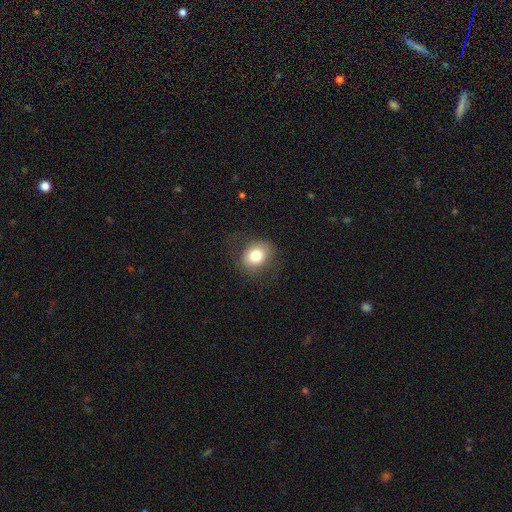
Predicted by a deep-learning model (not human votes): The model was most divided on "how rounded": round: 57%, in between: 42%, cigar-shaped: 1%. More confident: smooth or featured — smooth (77%); merging — none (75%).